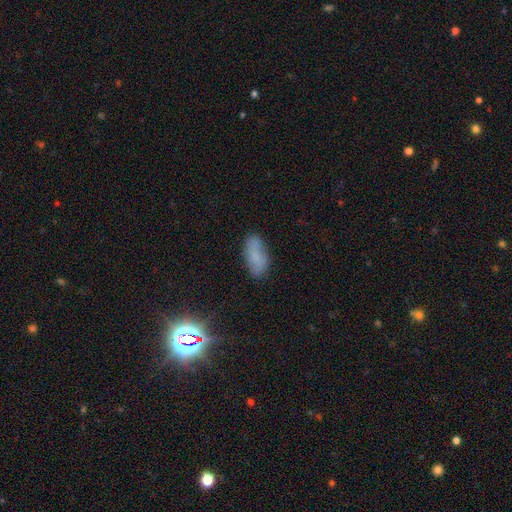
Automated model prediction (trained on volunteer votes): A smooth galaxy with no disk features (69%) that is in between round and cigar-shaped (86%). Merging: none (74%).